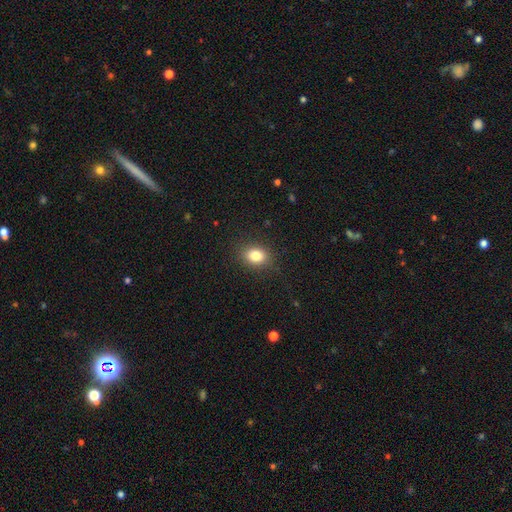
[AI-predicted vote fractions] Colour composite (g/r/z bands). It shows a smooth galaxy with no disk features (82%) that is in between round and cigar-shaped (61%). Merging: none (86%).